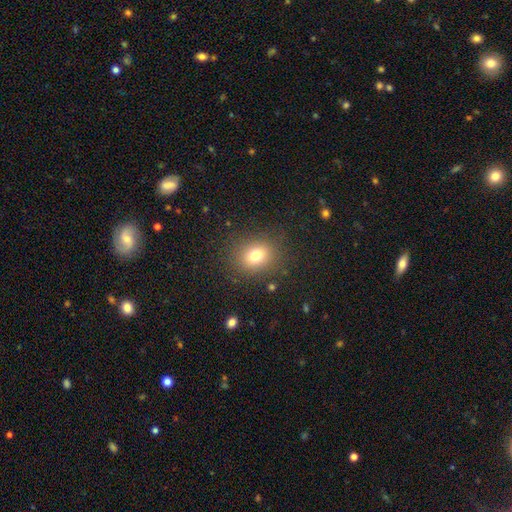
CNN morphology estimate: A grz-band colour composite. It shows a smooth galaxy with no disk features (76%) that is round (59%). Merging: none (85%).